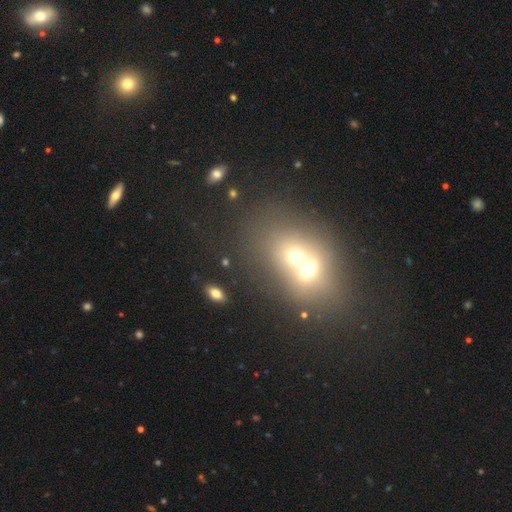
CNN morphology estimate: This is possibly a smooth galaxy (46%). Merging: possibly merger (57%).